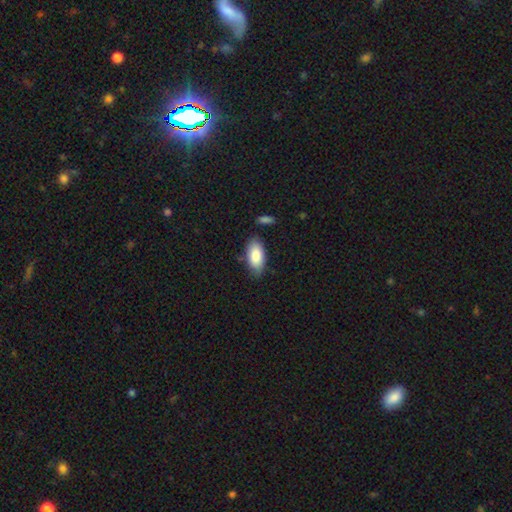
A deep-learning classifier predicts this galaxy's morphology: The model was most divided on "merging": none: 76%, minor disturbance: 16%, merger: 4%, major disturbance: 3%. More confident: how rounded — in between (91%); smooth or featured — smooth (85%).